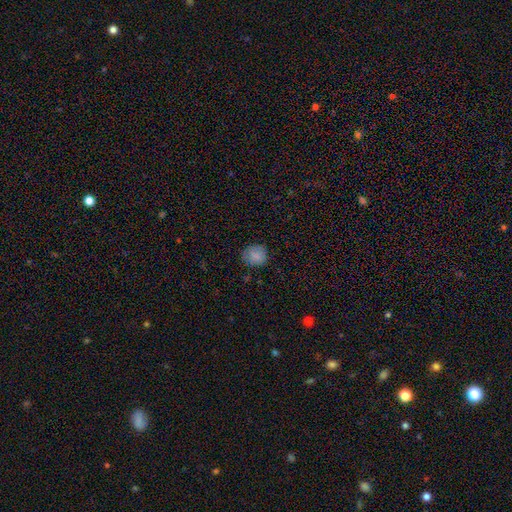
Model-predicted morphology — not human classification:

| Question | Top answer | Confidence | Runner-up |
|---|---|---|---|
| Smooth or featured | smooth | 83% | star or artifact (9%) |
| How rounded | round | 79% | in between (20%) |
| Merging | none | 79% | minor disturbance (16%) |